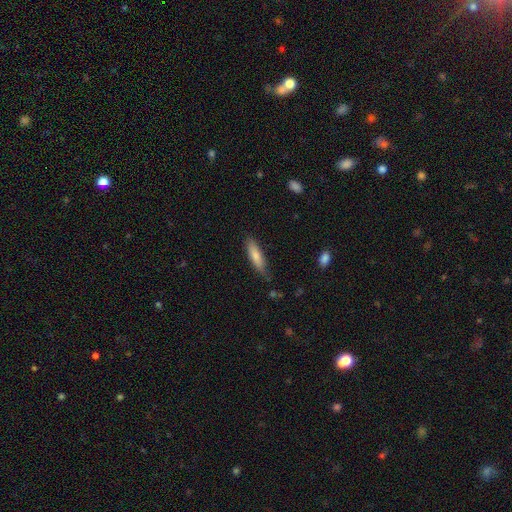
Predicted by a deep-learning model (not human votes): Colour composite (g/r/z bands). It shows a smooth galaxy with no disk features (77%) that is cigar-shaped (66%). Merging: none (76%).